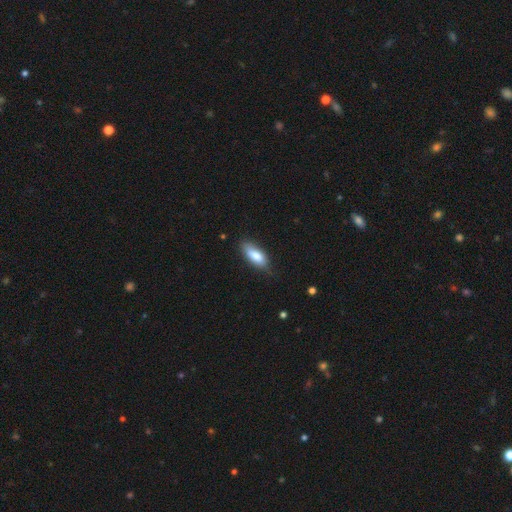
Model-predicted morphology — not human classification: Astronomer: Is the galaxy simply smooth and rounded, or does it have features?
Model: smooth — 82%.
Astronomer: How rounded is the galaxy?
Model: in between — 75%.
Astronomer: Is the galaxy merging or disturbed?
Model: none — 74%.